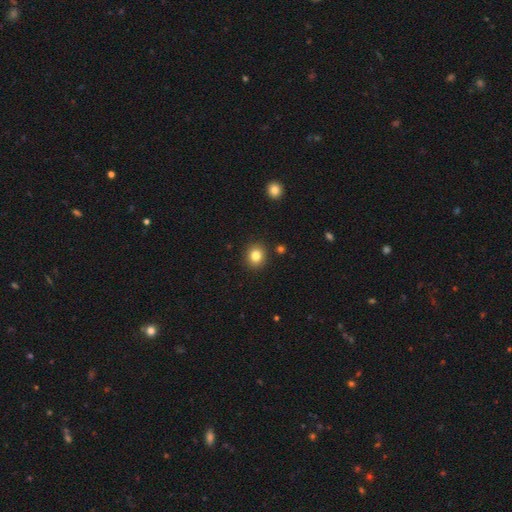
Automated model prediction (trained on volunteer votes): Smooth or featured? Predicted: smooth (p=0.82). How rounded? Predicted: round (p=0.78). Merging? Predicted: none (p=0.90).